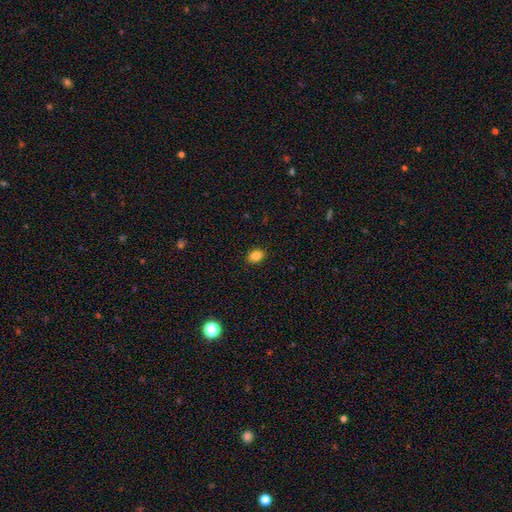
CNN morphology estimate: A smooth galaxy with no disk features (86%) that is in between round and cigar-shaped (69%). Merging: none (89%).